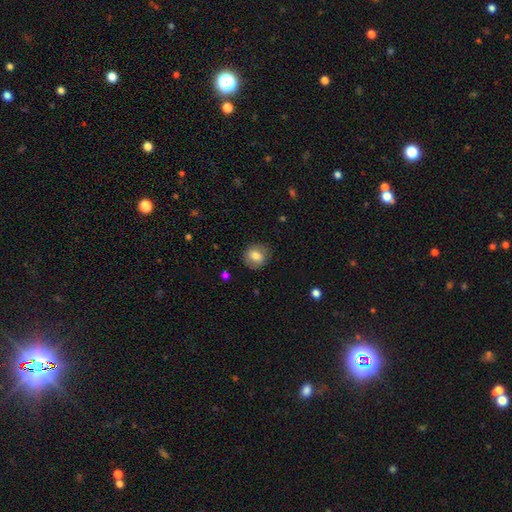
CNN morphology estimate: Smooth or featured?
  - smooth: 74% *
  - featured or disk: 18%
  - star or artifact: 8%
How rounded?
  - round: 80% *
  - in between: 19%
  - cigar-shaped: 1%
Merging?
  - none: 83% *
  - minor disturbance: 12%
  - major disturbance: 4%
  - merger: 1%